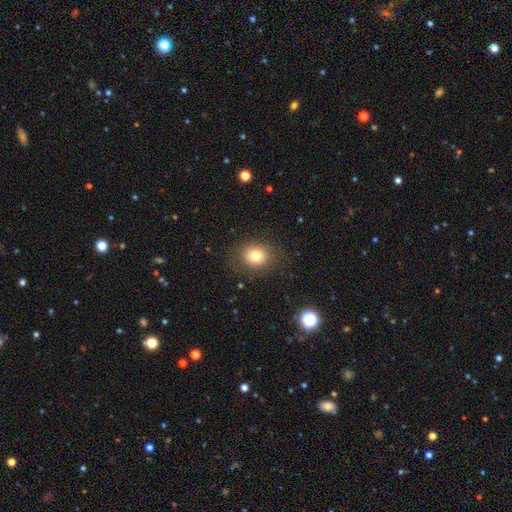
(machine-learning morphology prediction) Overall: smooth (77%). How rounded: round (61%; in between 38%). Merging: none (83%).